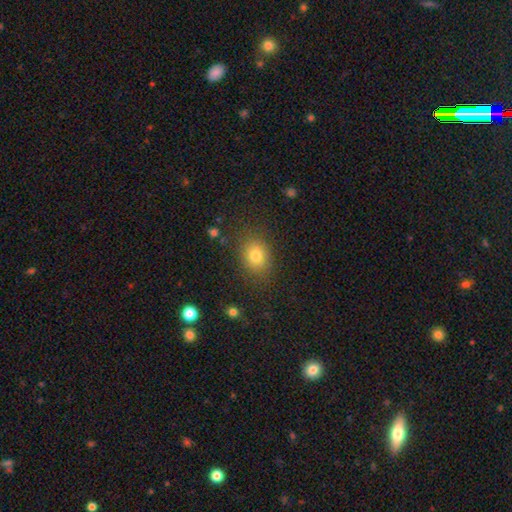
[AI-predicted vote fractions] A smooth galaxy with no disk features (79%) that is round (57%). Merging: none (83%).